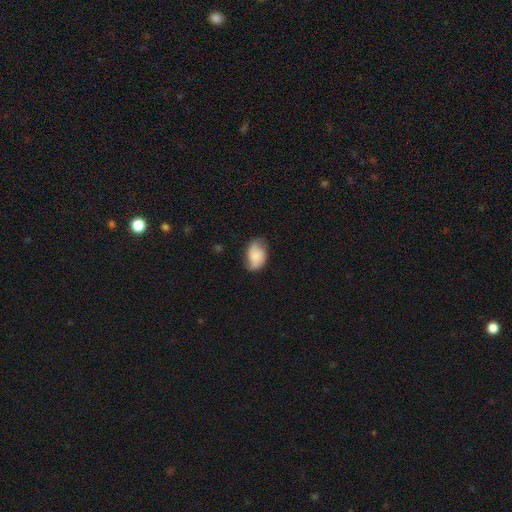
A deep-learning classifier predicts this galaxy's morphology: This appears to be a smooth galaxy with no disk features (64%) that is in between round and cigar-shaped (86%). Merging: none (60%).